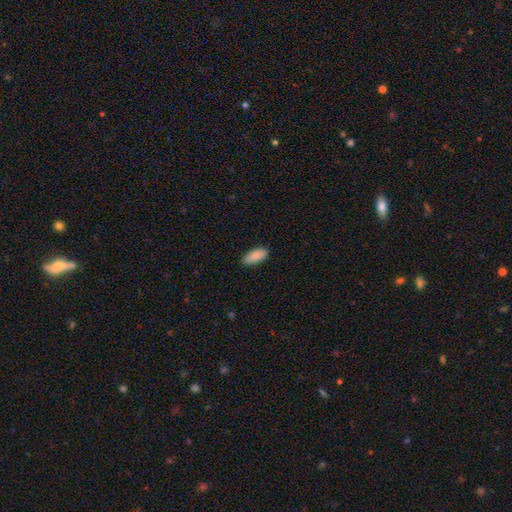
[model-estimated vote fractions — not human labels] Smooth or featured? smooth (86%)
How rounded? in between (88%)
Merging? none (83%)